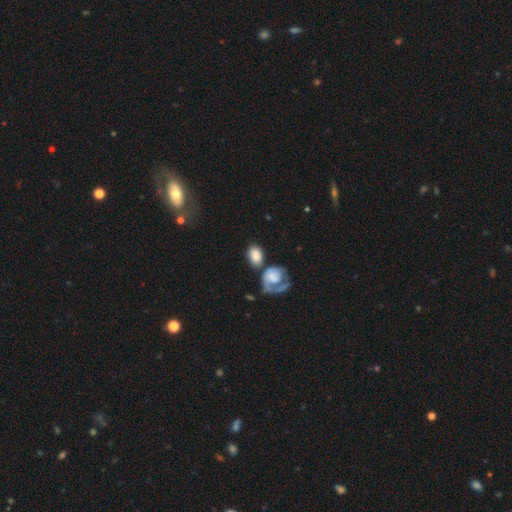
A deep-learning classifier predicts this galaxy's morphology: A smooth galaxy with no disk features (75%) that is in between round and cigar-shaped (74%).

Vote fractions:
- Smooth or featured? smooth: 75% / featured or disk: 18% / star or artifact: 7%
- How rounded? in between: 74% / round: 25% / cigar-shaped: 1%
- Merging? none: 46% / merger: 27% / minor disturbance: 16% / major disturbance: 12%